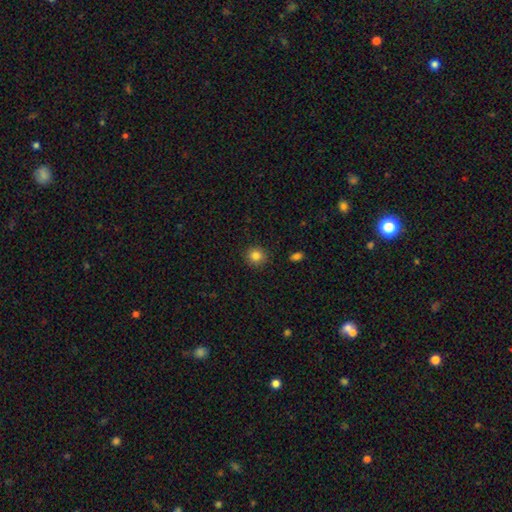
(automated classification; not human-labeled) Smooth or featured? Predicted: smooth (p=0.84). How rounded? Predicted: round (p=0.91). Merging? Predicted: none (p=0.90).